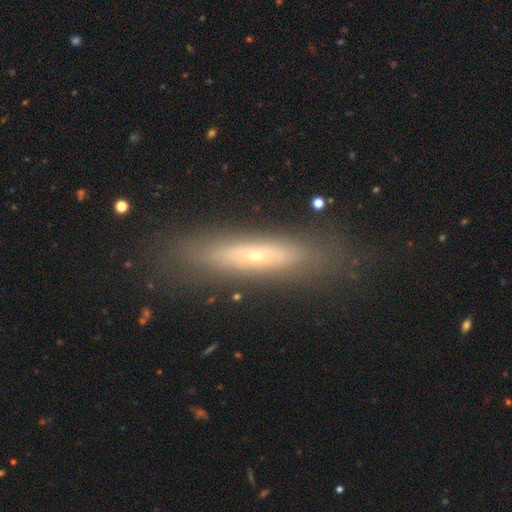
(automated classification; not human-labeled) Smooth or featured: featured or disk — 51% (smooth — 39%)
Edge-on disk: yes — 64% (no — 36%)
Merging: none — 83% (minor disturbance — 11%)